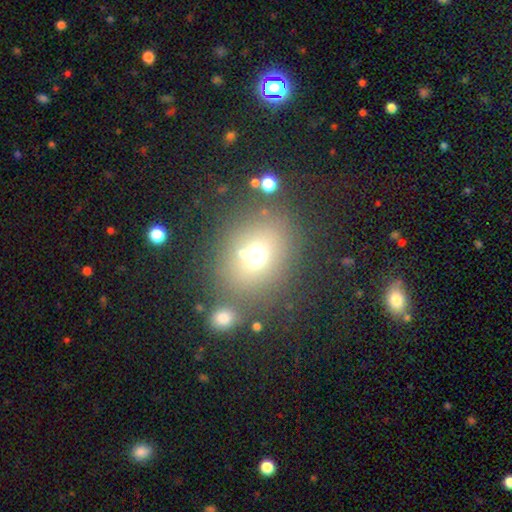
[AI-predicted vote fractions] A smooth galaxy with no disk features (68%) that is round (67%).

Vote fractions:
- Smooth or featured? smooth: 68% / star or artifact: 19% / featured or disk: 13%
- How rounded? round: 67% / in between: 32% / cigar-shaped: 1%
- Merging? none: 68% / merger: 16% / minor disturbance: 11% / major disturbance: 6%